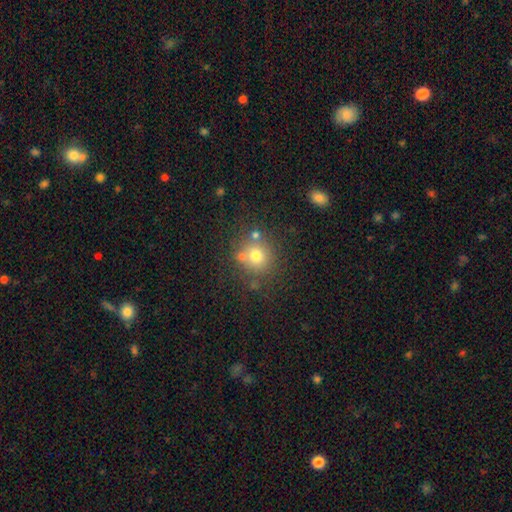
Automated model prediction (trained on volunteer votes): Smooth or featured? Predicted: smooth (p=0.71). How rounded? Predicted: round (p=0.88). Merging? Predicted: none (p=0.70).